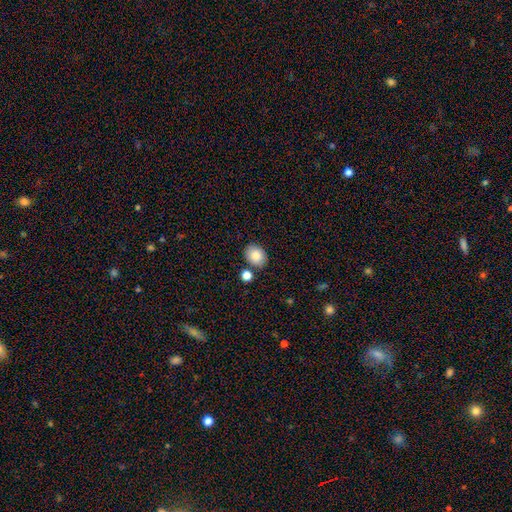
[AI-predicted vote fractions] A smooth galaxy with no disk features (85%) that is round (51%). Merging: none (79%).